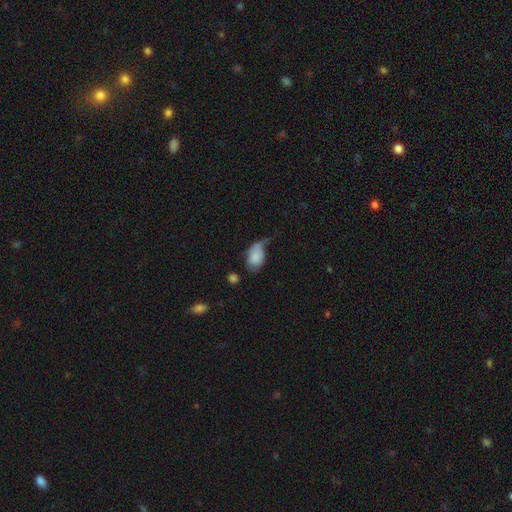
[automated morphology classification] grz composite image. It shows a smooth galaxy with no disk features (80%) that is in between round and cigar-shaped (88%). Merging: minor disturbance (38%).